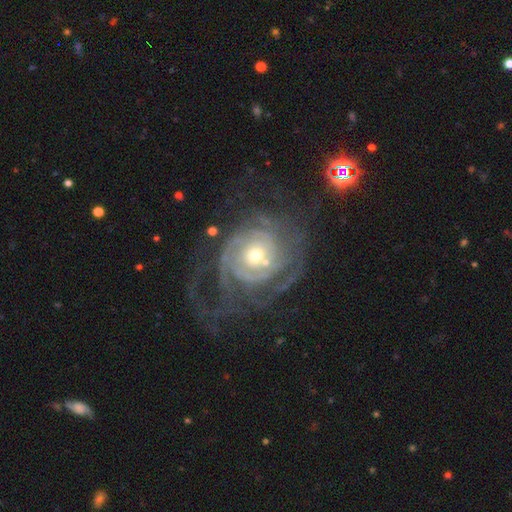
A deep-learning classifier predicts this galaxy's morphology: This appears to be a featured or disk galaxy (85%) with no bar (81%), tight (64%) spiral arms (91%) and a moderate central bulge (56%). Merging: none (55%).